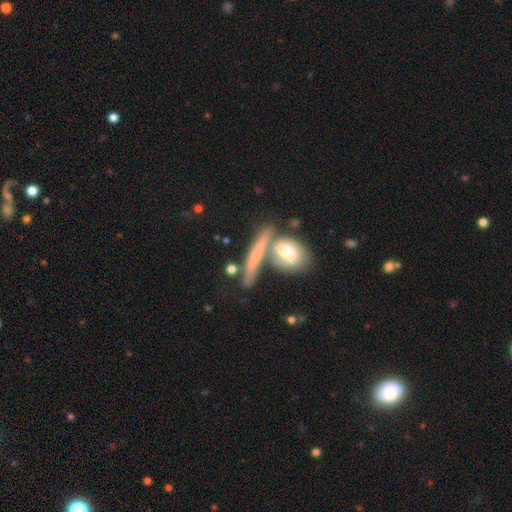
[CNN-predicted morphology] The model was most divided on "smooth or featured": smooth: 51%, featured or disk: 41%, star or artifact: 8%. More confident: how rounded — cigar-shaped (70%); merging — none (55%).